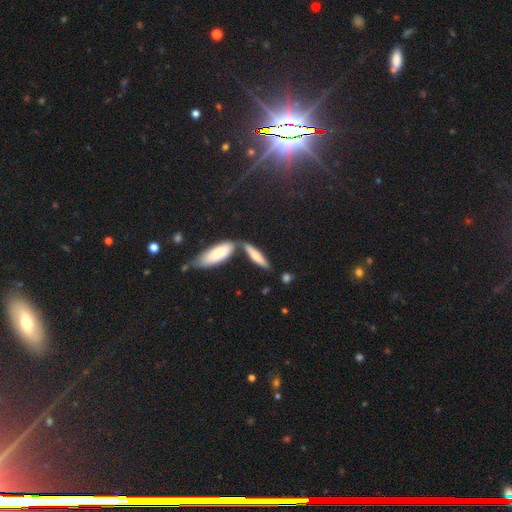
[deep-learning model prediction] Smooth or featured? smooth (62%)
How rounded? cigar-shaped (74%)
Merging? none (57%)